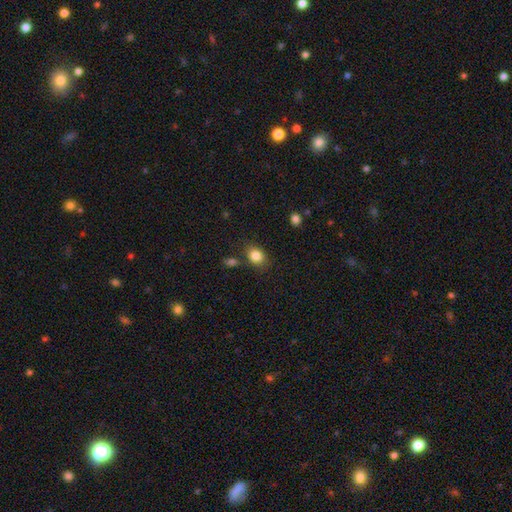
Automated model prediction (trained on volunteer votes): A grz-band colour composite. It shows a smooth galaxy with no disk features (84%) that is in between round and cigar-shaped (60%). Merging: none (76%).